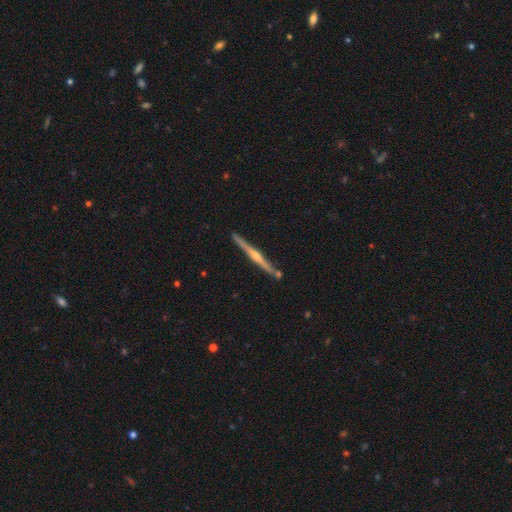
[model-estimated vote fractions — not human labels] smooth-or-featured: featured or disk: 82% | smooth: 13% | star or artifact: 5%
  disk-edge-on: yes: 98% | no: 2%
    edge-on-bulge: rounded: 82% | none: 12% | boxy: 6%
  merging: none: 89% | minor disturbance: 8% | merger: 2% | major disturbance: 2%